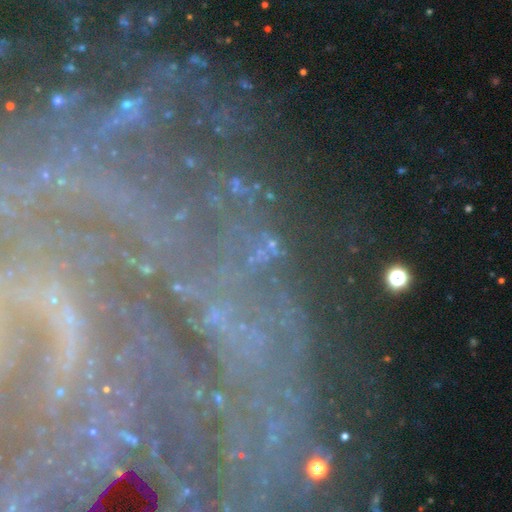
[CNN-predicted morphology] Overall: star or artifact (61%; featured or disk 22%).